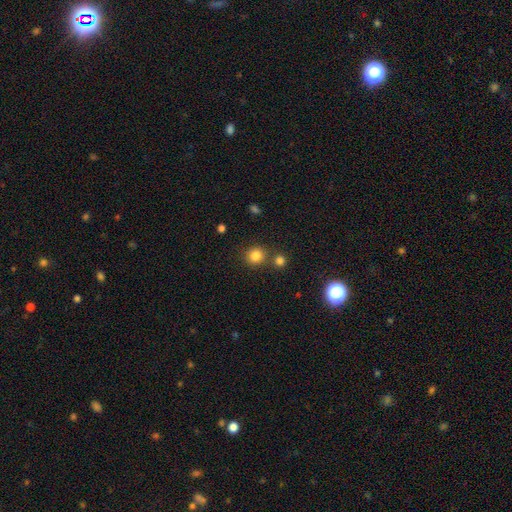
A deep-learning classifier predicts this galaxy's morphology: Q: Smooth or featured?
A: smooth (83%); runner-up: star or artifact (13%)
Q: How rounded?
A: round (88%); runner-up: in between (11%)
Q: Merging?
A: none (74%); runner-up: merger (15%)